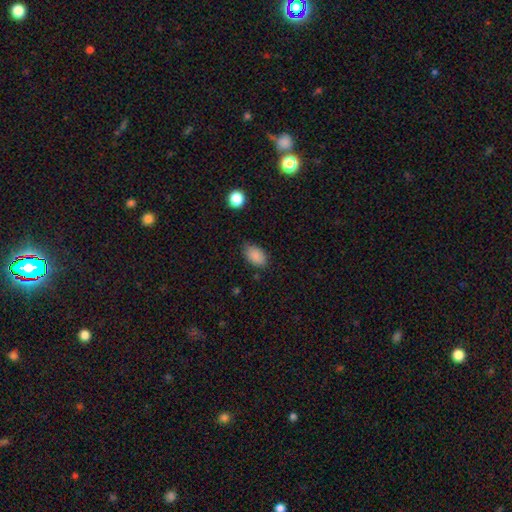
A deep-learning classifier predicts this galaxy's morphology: The model was most divided on "merging": none: 77%, minor disturbance: 18%, major disturbance: 4%, merger: 2%. More confident: how rounded — in between (90%); smooth or featured — smooth (87%).